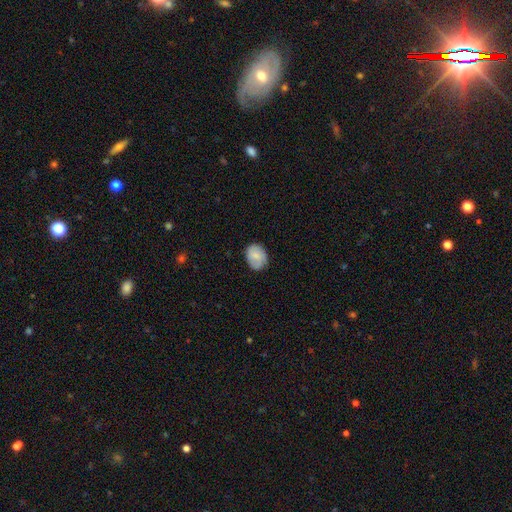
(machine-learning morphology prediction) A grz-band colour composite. It shows a smooth galaxy with no disk features (78%) that is in between round and cigar-shaped (55%). Merging: none (78%).